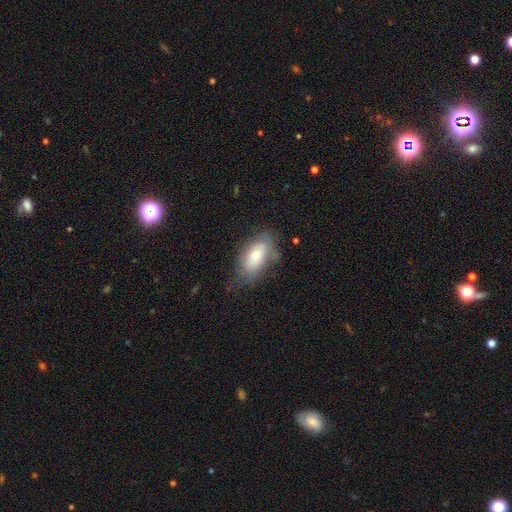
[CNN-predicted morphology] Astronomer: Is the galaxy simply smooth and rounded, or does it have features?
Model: smooth — 69%.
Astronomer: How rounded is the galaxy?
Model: in between — 91%.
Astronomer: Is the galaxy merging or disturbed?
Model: none — 56%.